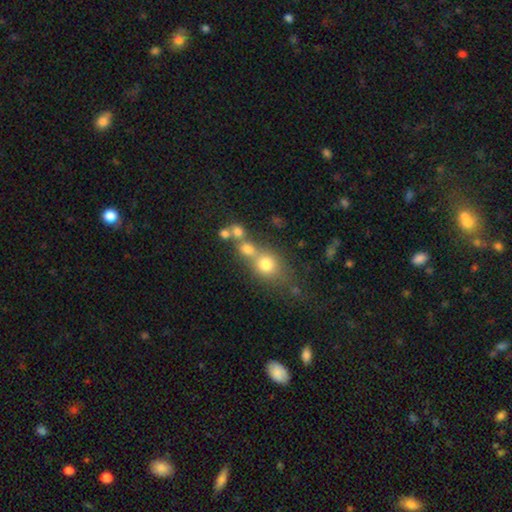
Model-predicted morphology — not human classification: smooth-or-featured: smooth: 55% | star or artifact: 24% | featured or disk: 21%
  how-rounded: round: 74% | in between: 22% | cigar-shaped: 4%
  merging: none: 45% | merger: 37% | minor disturbance: 11% | major disturbance: 7%